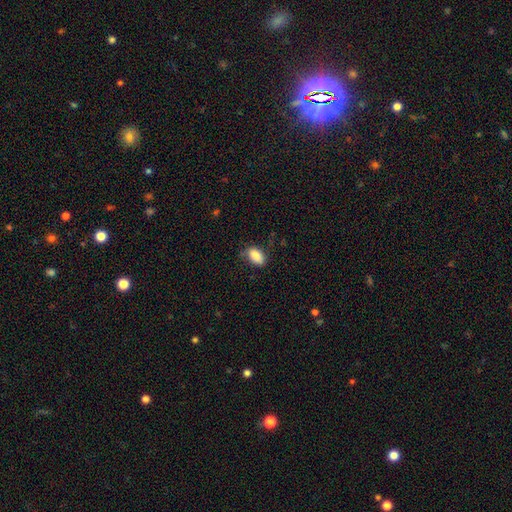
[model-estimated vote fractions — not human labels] smooth 86%, star or artifact 7%, featured or disk 6%. Down the decision tree: how rounded — in between (92%); merging — none (70%).